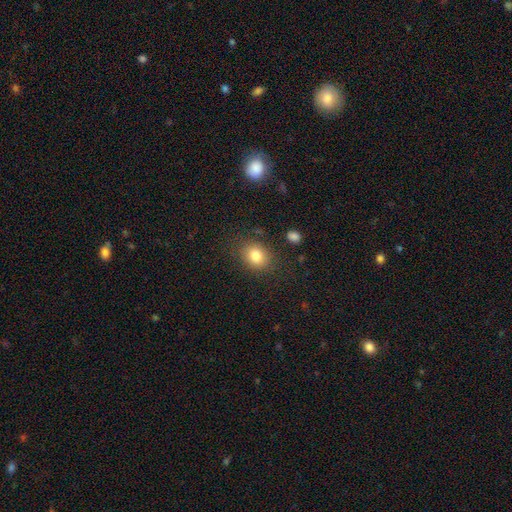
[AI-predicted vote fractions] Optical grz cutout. It shows a smooth galaxy with no disk features (82%) that is round (54%). Merging: none (82%).